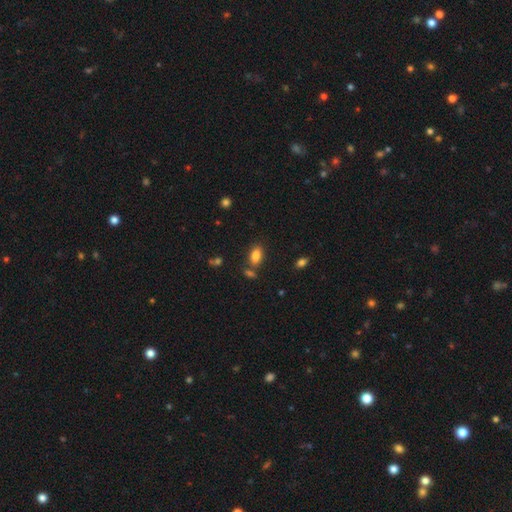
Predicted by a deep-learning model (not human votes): smooth_or_featured: smooth (p=0.84) [alt: star or artifact p=0.10]
how_rounded: in between (p=0.89) [alt: round p=0.06]
merging: none (p=0.71) [alt: merger p=0.13]